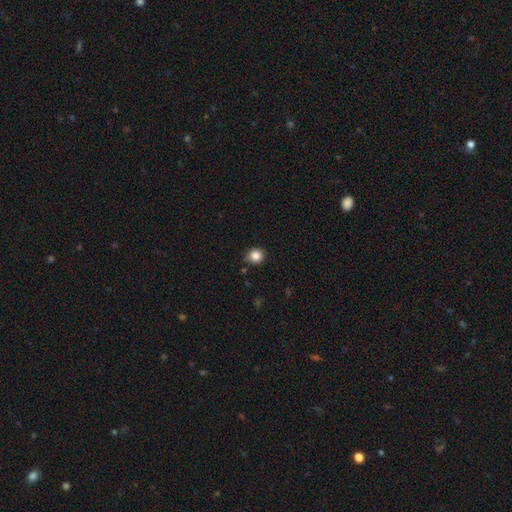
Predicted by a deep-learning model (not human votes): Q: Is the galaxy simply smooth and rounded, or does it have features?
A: smooth — 84%.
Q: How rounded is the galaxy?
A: round — 82%.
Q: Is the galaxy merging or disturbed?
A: none — 81%.